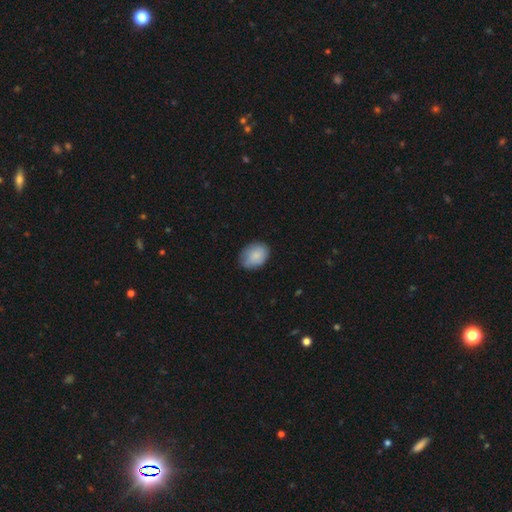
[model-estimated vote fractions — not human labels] smooth_or_featured: smooth (p=0.83) [alt: featured or disk p=0.10]
how_rounded: in between (p=0.73) [alt: round p=0.26]
merging: none (p=0.73) [alt: minor disturbance p=0.22]